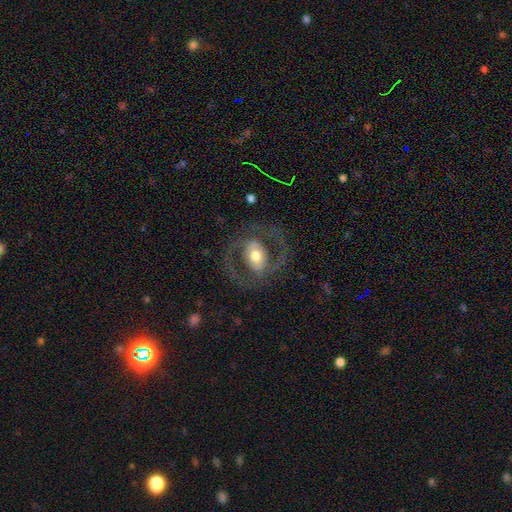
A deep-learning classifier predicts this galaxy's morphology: smooth_or_featured: featured or disk (p=0.75) [alt: smooth p=0.20]
disk_edge_on: no (p=0.95) [alt: yes p=0.05]
bar: no (p=0.42) [alt: weak p=0.33]
has_spiral_arms: yes (p=0.66) [alt: no p=0.34]
bulge_size: moderate (p=0.64) [alt: large p=0.23]
merging: none (p=0.74) [alt: major disturbance p=0.13]